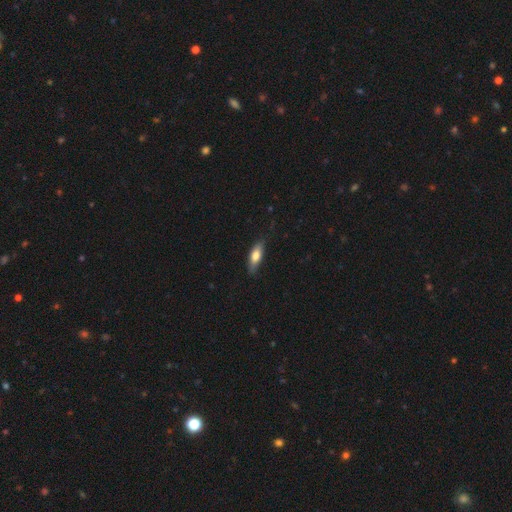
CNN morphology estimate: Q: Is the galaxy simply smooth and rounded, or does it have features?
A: smooth — 70%.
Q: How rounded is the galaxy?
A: in between — 61%.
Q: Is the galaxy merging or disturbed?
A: none — 76%.